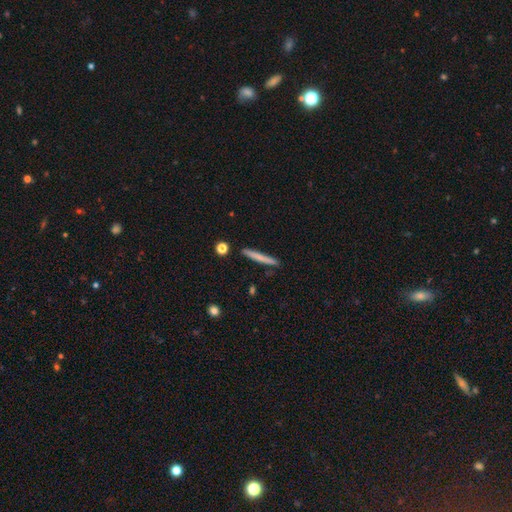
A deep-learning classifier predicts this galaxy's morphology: A smooth galaxy with no disk features (67%) that is cigar-shaped (96%). Merging: none (88%).